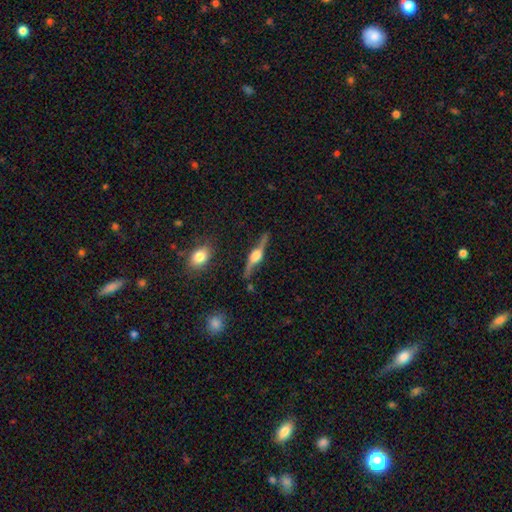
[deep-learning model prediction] This appears to be a featured or disk galaxy (82%) viewed edge-on (89%) with a rounded central bulge (87%). Merging: none (76%).